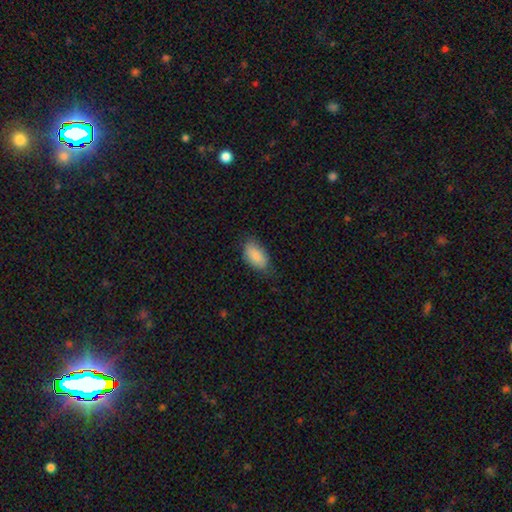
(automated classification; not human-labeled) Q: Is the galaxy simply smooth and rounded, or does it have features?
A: smooth — 88%.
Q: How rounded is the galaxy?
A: in between — 93%.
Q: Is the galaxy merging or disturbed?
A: none — 72%.